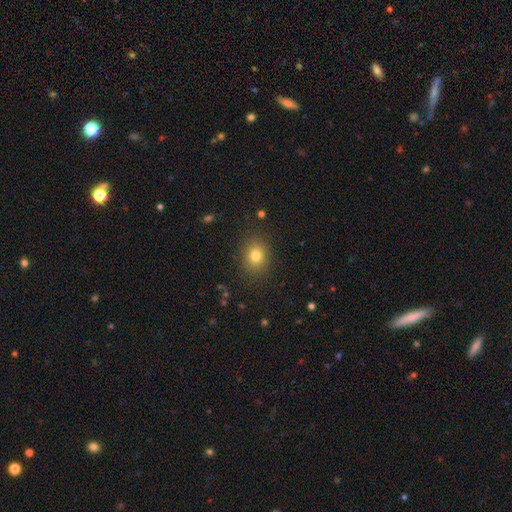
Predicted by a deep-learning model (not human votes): Overall: smooth (78%). How rounded: round (60%; in between 39%). Merging: none (86%).